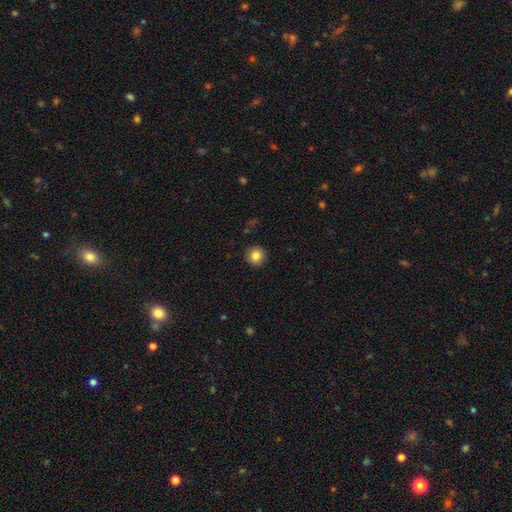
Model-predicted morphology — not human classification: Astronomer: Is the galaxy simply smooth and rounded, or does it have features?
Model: smooth — 85%.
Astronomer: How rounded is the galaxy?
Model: round — 94%.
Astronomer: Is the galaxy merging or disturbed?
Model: none — 91%.